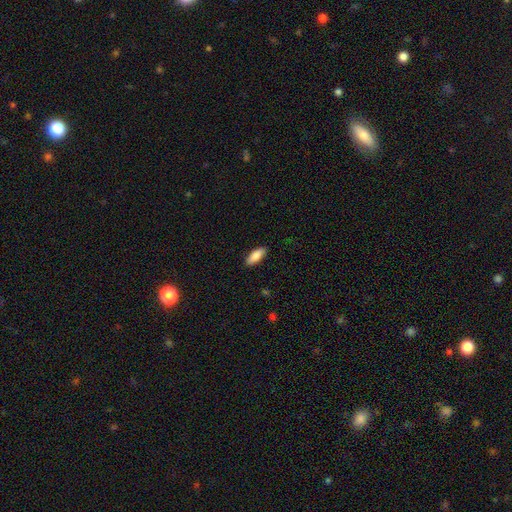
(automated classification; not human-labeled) Smooth or featured: smooth — 87% (featured or disk — 7%)
How rounded: in between — 77% (cigar-shaped — 21%)
Merging: none — 89% (minor disturbance — 8%)